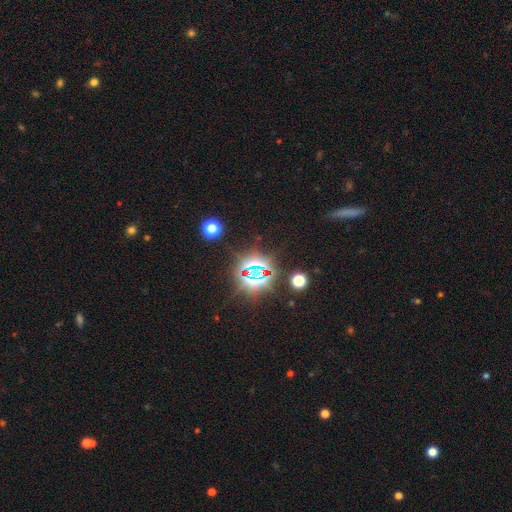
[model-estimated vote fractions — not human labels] smooth-or-featured: star or artifact: 80% | smooth: 13% | featured or disk: 7%